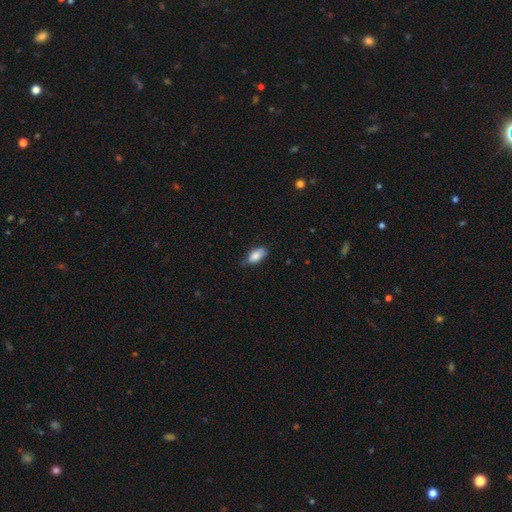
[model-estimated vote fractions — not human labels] This appears to be a smooth galaxy with no disk features (84%) that is in between round and cigar-shaped (90%). Merging: none (68%).